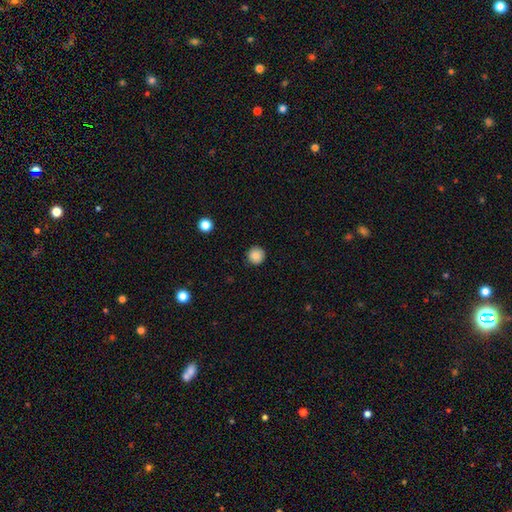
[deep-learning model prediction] The model was most divided on "smooth or featured": smooth: 86%, star or artifact: 9%, featured or disk: 4%. More confident: how rounded — round (96%); merging — none (91%).